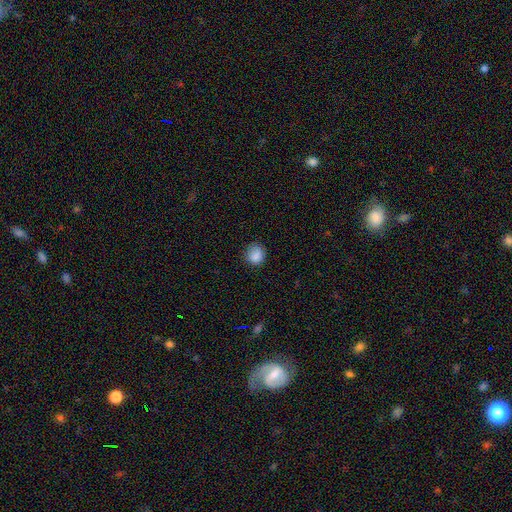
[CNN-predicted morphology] Smooth or featured: smooth — 87% (star or artifact — 9%)
How rounded: round — 82% (in between — 17%)
Merging: none — 77% (minor disturbance — 18%)